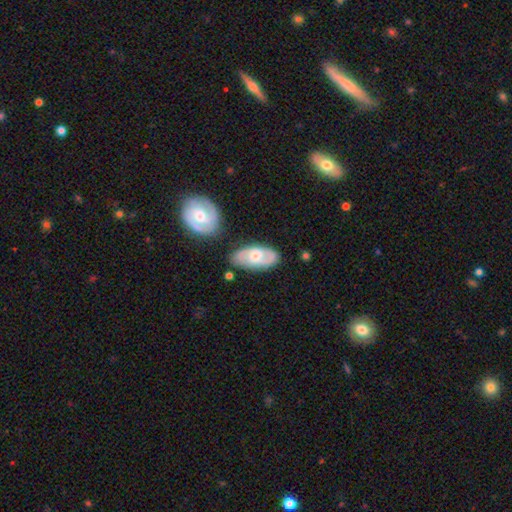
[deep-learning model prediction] Smooth or featured: featured or disk — 63% (smooth — 32%)
Edge-on disk: no — 92% (yes — 8%)
Bar: no — 58% (weak — 36%)
Spiral arms: yes — 86% (no — 14%)
Bulge size: moderate — 63% (small — 28%)
Merging: none — 71% (minor disturbance — 17%)